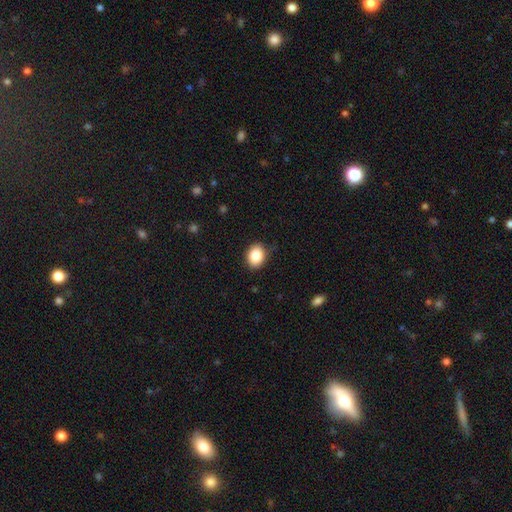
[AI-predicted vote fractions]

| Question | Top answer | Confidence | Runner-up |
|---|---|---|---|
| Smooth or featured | smooth | 87% | star or artifact (8%) |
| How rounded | in between | 59% | round (40%) |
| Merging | none | 86% | minor disturbance (11%) |